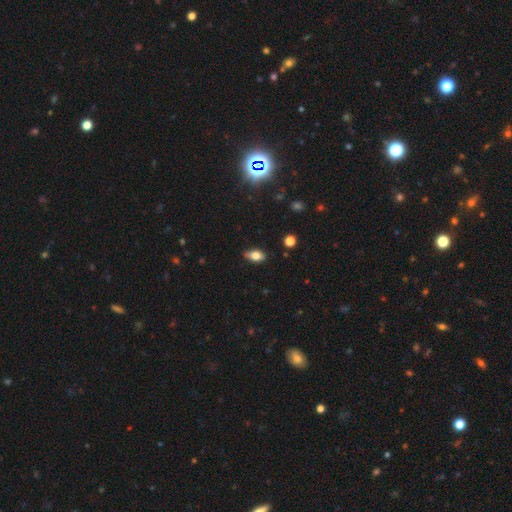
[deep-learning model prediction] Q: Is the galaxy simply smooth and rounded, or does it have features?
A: smooth — 75%.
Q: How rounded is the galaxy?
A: in between — 88%.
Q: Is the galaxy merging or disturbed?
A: none — 81%.